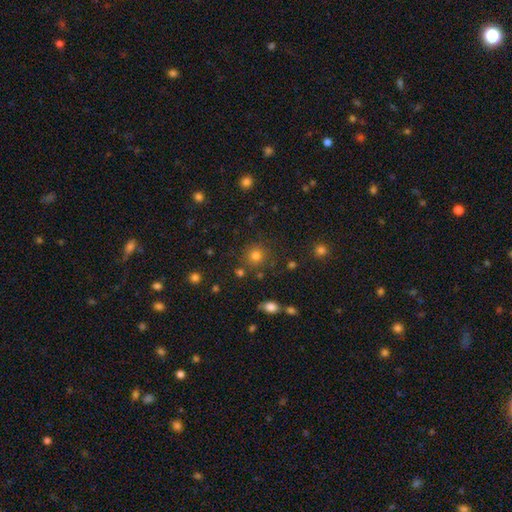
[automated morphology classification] A smooth galaxy with no disk features (77%) that is round (90%). Merging: none (81%).